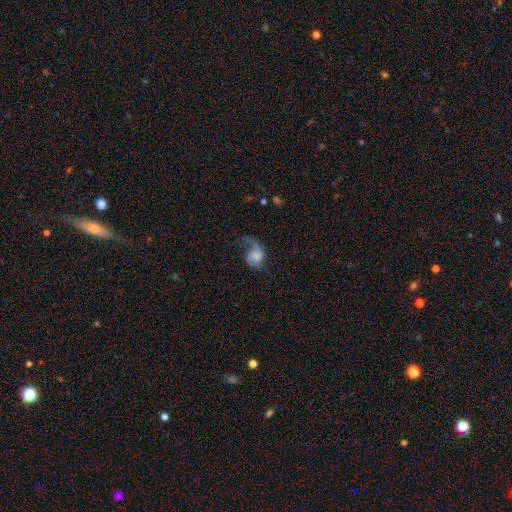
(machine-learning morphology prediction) Q: Smooth or featured?
A: featured or disk (62%); runner-up: smooth (30%)
Q: Edge-on disk?
A: no (98%); runner-up: yes (2%)
Q: Bar?
A: no (65%); runner-up: weak (29%)
Q: Spiral arms?
A: yes (89%); runner-up: no (11%)
Q: Spiral winding?
A: loose (63%); runner-up: medium (28%)
Q: Spiral arm count?
A: 1 (53%); runner-up: 2 (41%)
Q: Bulge size?
A: none (38%); runner-up: small (21%)
Q: Merging?
A: major disturbance (43%); runner-up: none (33%)